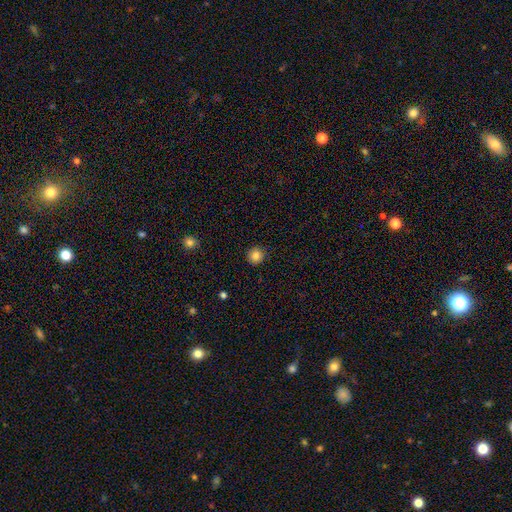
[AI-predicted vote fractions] Smooth or featured?
  - smooth: 84% *
  - star or artifact: 10%
  - featured or disk: 5%
How rounded?
  - round: 93% *
  - in between: 6%
  - cigar-shaped: 1%
Merging?
  - none: 91% *
  - minor disturbance: 6%
  - major disturbance: 2%
  - merger: 1%